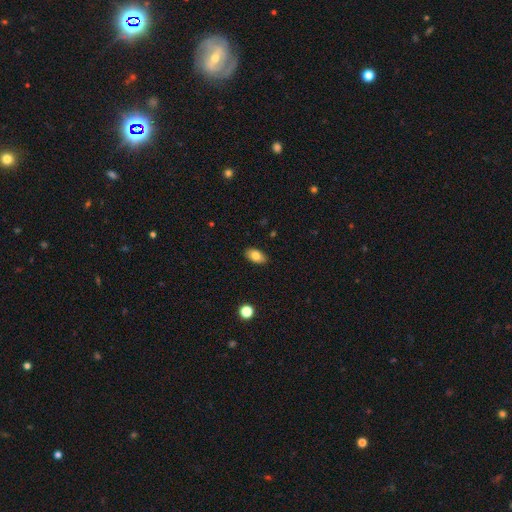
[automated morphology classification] smooth 81%, featured or disk 11%, star or artifact 8%. Down the decision tree: how rounded — in between (91%); merging — none (87%).